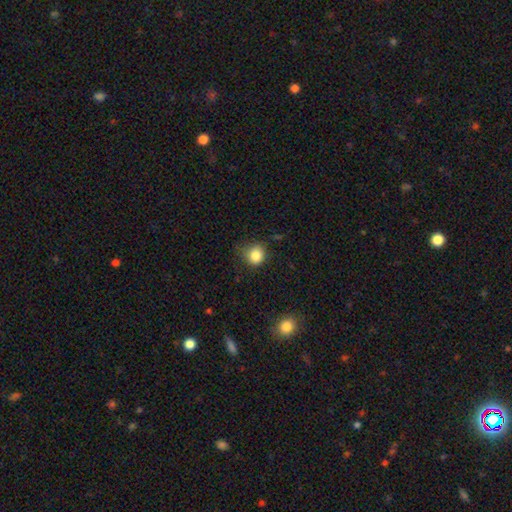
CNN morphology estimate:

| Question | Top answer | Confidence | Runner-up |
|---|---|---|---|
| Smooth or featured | smooth | 84% | star or artifact (11%) |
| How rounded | round | 82% | in between (17%) |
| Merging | none | 66% | minor disturbance (26%) |